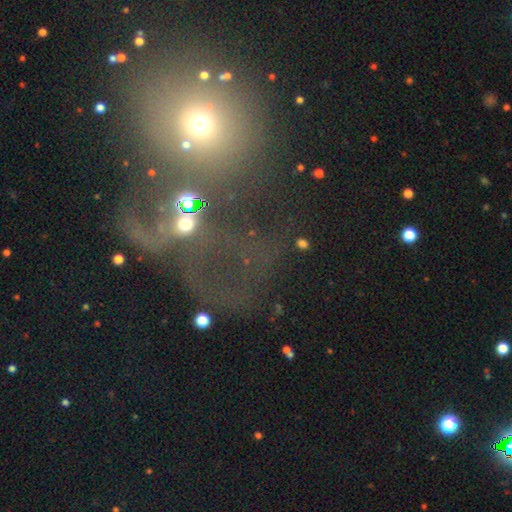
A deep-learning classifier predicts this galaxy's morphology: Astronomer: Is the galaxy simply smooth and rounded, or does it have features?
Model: star or artifact — 46% (runner-up: smooth, 31%).